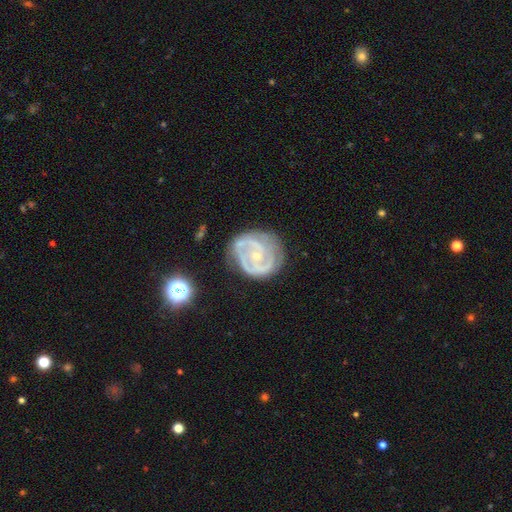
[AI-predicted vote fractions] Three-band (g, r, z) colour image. It shows a featured or disk galaxy (83%) with no bar (61%), 2 (49%) tight (56%) spiral arms (89%) and a small central bulge (71%). Merging: none (63%).